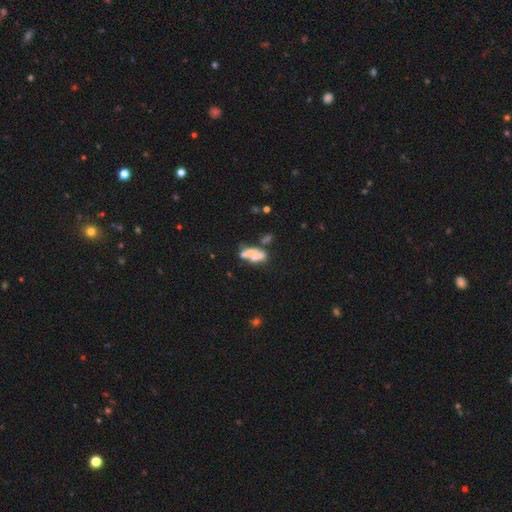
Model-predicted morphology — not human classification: Smooth or featured?
  - featured or disk: 43% *
  - smooth: 42%
  - star or artifact: 15%
Merging?
  - merger: 48% *
  - none: 27%
  - major disturbance: 13%
  - minor disturbance: 12%